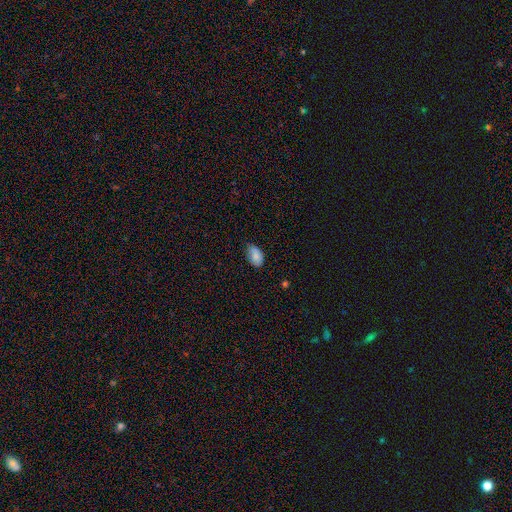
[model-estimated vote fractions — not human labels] Overall: smooth (82%). How rounded: in between (91%). Merging: none (67%; minor disturbance 28%).